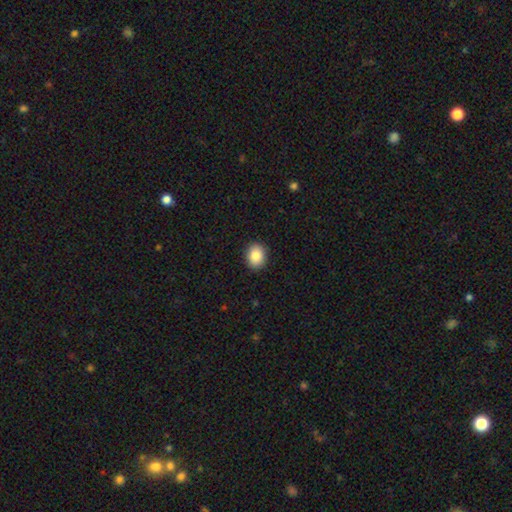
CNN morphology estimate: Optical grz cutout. It shows a smooth galaxy with no disk features (87%) that is round (53%). Merging: none (91%).